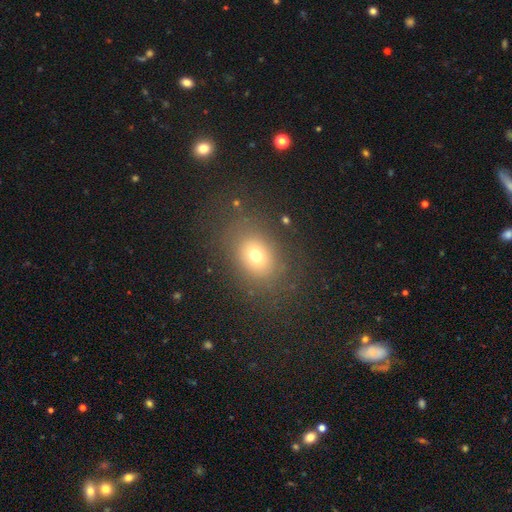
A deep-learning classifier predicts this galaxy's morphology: A smooth galaxy with no disk features (69%) that is in between round and cigar-shaped (57%).

Vote fractions:
- Smooth or featured? smooth: 69% / featured or disk: 16% / star or artifact: 15%
- How rounded? in between: 57% / round: 42% / cigar-shaped: 1%
- Merging? none: 76% / minor disturbance: 13% / major disturbance: 10% / merger: 2%